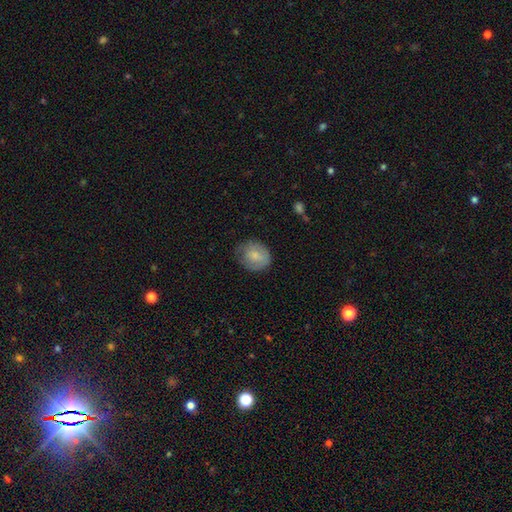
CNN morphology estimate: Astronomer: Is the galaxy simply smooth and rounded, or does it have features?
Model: smooth — 72%.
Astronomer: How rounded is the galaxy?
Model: round — 67%.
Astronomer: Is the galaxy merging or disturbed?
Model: none — 62%.